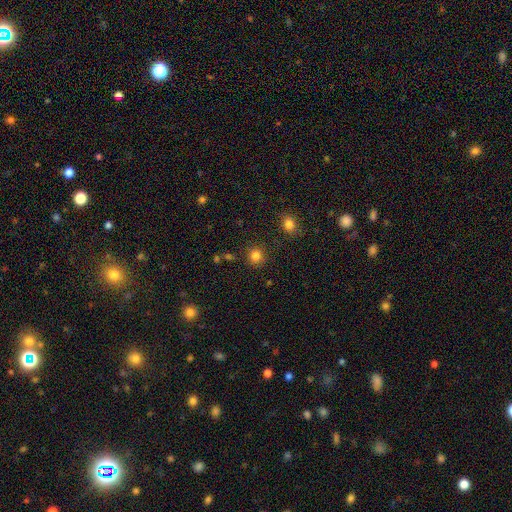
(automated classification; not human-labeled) The model was most divided on "smooth or featured": smooth: 83%, star or artifact: 13%, featured or disk: 5%. More confident: how rounded — round (89%); merging — none (88%).